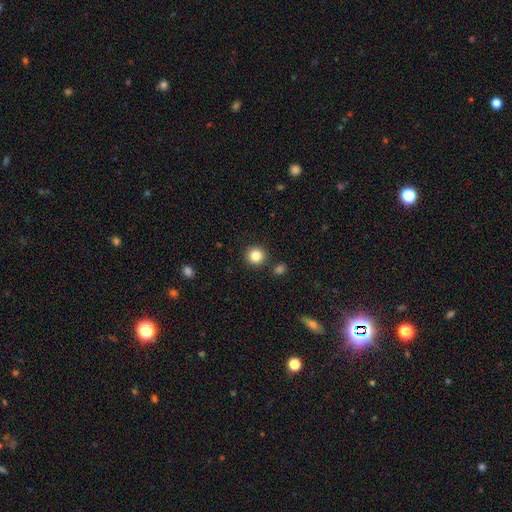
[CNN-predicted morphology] smooth_or_featured: smooth (p=0.85) [alt: star or artifact p=0.10]
how_rounded: round (p=0.93) [alt: in between p=0.07]
merging: none (p=0.87) [alt: minor disturbance p=0.06]